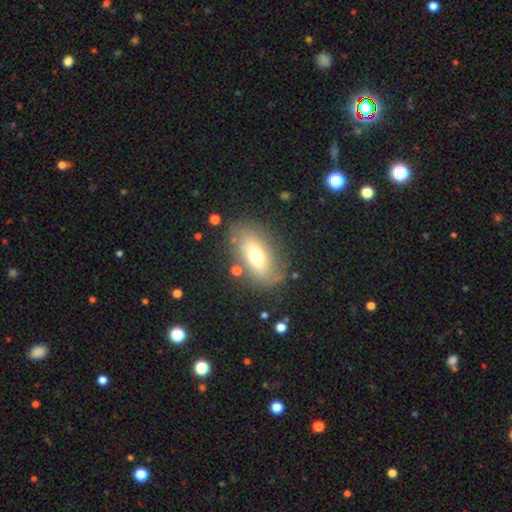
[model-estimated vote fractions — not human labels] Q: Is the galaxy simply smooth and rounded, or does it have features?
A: smooth — 59%.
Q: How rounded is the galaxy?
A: in between — 84%.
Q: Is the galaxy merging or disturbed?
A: none — 74%.